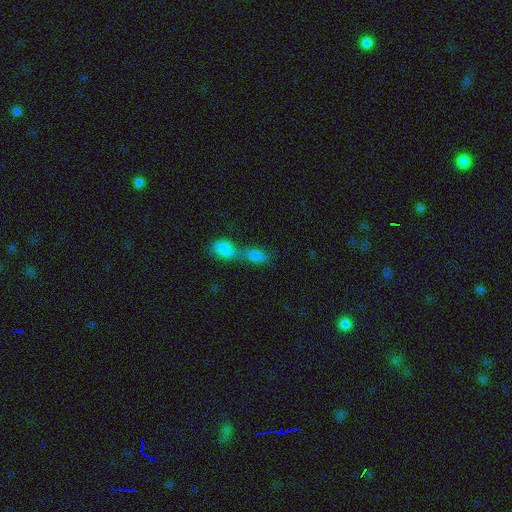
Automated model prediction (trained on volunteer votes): Smooth or featured?
  - smooth: 81% *
  - star or artifact: 10%
  - featured or disk: 9%
How rounded?
  - in between: 78% *
  - round: 14%
  - cigar-shaped: 8%
Merging?
  - merger: 72% *
  - none: 19%
  - minor disturbance: 5%
  - major disturbance: 4%